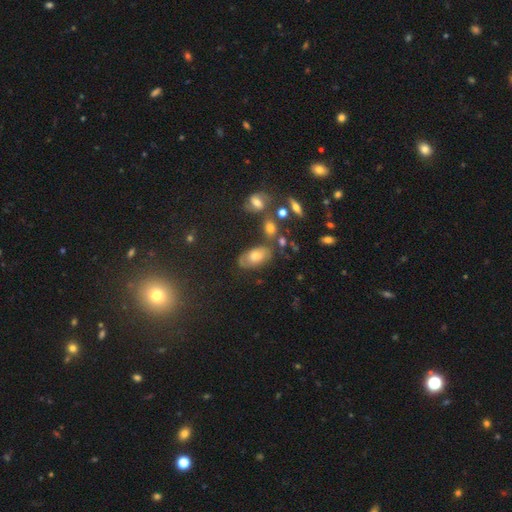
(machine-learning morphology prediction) Smooth or featured? Predicted: smooth (p=0.52). How rounded? Predicted: in between (p=0.87). Merging? Predicted: none (p=0.66).